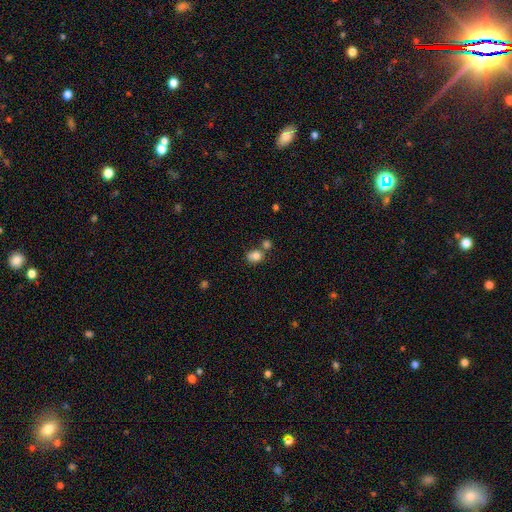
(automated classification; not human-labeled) smooth_or_featured: smooth (p=0.83) [alt: star or artifact p=0.10]
how_rounded: in between (p=0.58) [alt: round p=0.41]
merging: none (p=0.56) [alt: merger p=0.27]